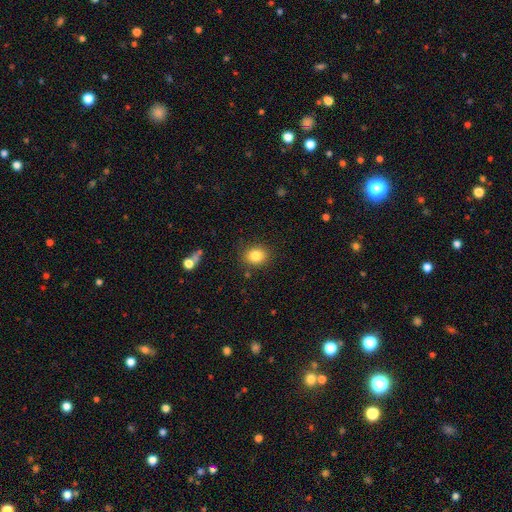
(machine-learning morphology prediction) This appears to be a smooth galaxy with no disk features (83%) that is round (63%). Merging: none (85%).